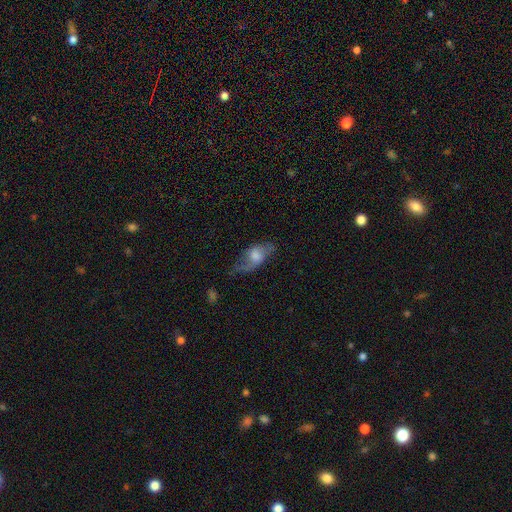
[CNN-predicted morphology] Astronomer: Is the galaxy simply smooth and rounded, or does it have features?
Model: featured or disk — 51% (runner-up: smooth, 41%).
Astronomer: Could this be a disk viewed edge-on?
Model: no — 74%.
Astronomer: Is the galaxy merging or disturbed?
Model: none — 55%.